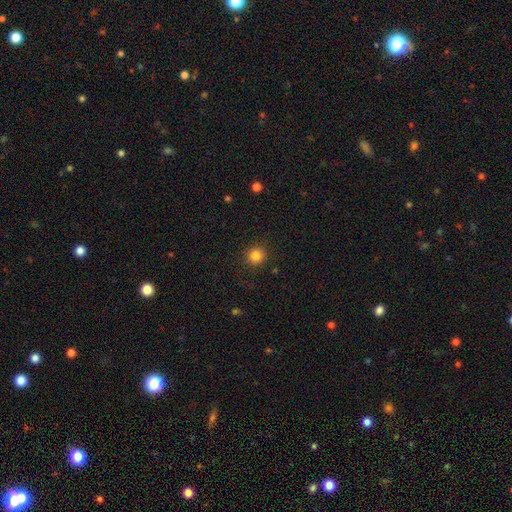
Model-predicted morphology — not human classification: Smooth or featured: smooth — 84% (star or artifact — 12%)
How rounded: round — 93% (in between — 6%)
Merging: none — 89% (minor disturbance — 7%)